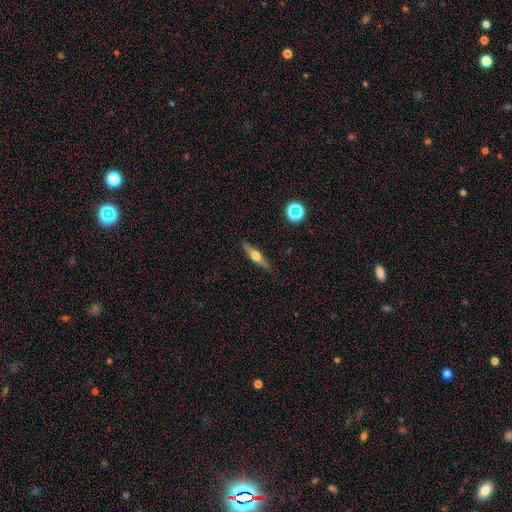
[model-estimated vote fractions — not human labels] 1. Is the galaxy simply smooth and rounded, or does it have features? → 68% featured or disk, 25% smooth, 7% star or artifact.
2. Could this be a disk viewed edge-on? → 96% yes, 4% no.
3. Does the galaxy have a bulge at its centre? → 94% rounded, 4% boxy, 2% none.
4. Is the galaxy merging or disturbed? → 89% none, 8% minor disturbance, 2% major disturbance, 1% merger.